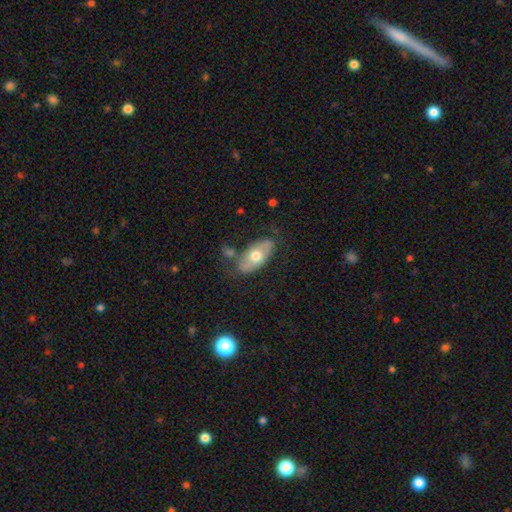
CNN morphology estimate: The model was most divided on "smooth or featured": smooth: 58%, featured or disk: 36%, star or artifact: 6%. More confident: how rounded — in between (91%); merging — none (68%).